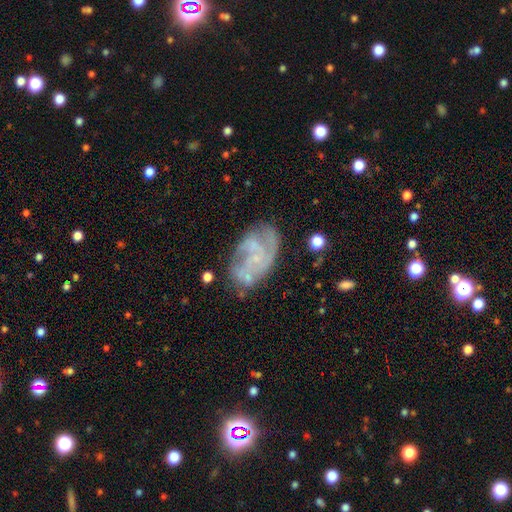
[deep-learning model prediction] This is likely a featured or disk galaxy (76%). It is clearly not viewed edge-on (97%). Bar: likely no (71%). Spiral arm pattern: clearly yes (80%). Spiral arm count: marginally can't tell (33%). Spiral winding: marginally tight (42%). Central bulge: possibly small (53%). Merging: possibly none (60%).